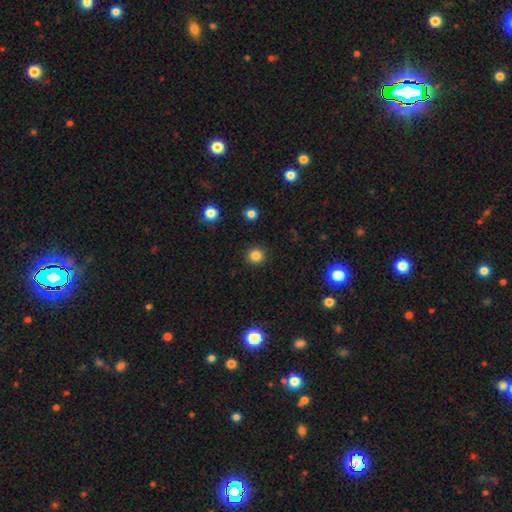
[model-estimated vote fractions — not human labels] Smooth or featured?
  - smooth: 83% *
  - star or artifact: 13%
  - featured or disk: 4%
How rounded?
  - round: 94% *
  - in between: 5%
  - cigar-shaped: 1%
Merging?
  - none: 92% *
  - minor disturbance: 5%
  - major disturbance: 2%
  - merger: 1%